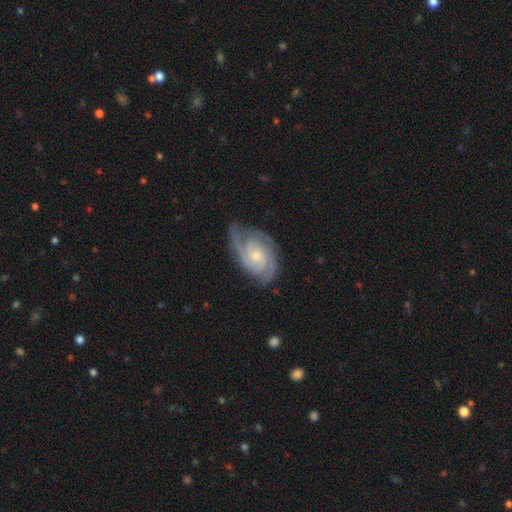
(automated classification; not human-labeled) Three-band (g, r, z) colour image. It shows a featured or disk galaxy (89%) with no bar (63%), 2 (47%) tight (61%) spiral arms (98%) and a small central bulge (46%). Merging: none (73%).